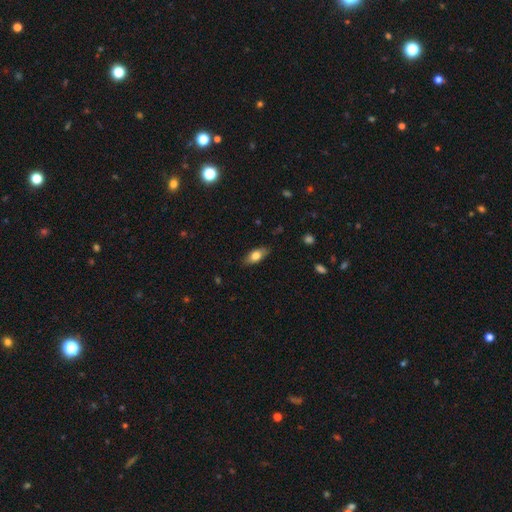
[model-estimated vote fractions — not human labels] Smooth or featured?
  - smooth: 72% *
  - featured or disk: 21%
  - star or artifact: 7%
How rounded?
  - in between: 81% *
  - cigar-shaped: 14%
  - round: 4%
Merging?
  - none: 82% *
  - minor disturbance: 14%
  - major disturbance: 3%
  - merger: 1%